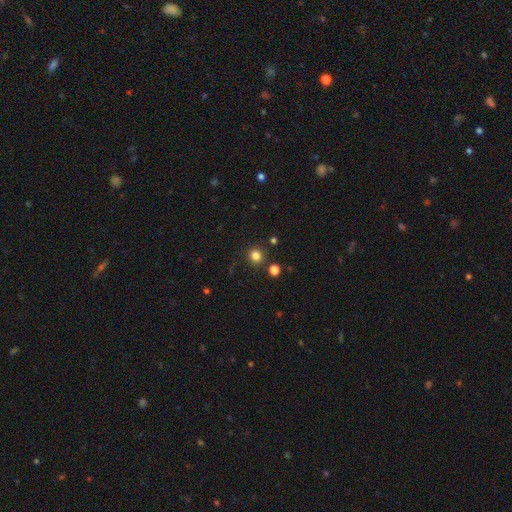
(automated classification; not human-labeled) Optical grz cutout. It shows a smooth galaxy with no disk features (80%) that is round (91%). Merging: none (85%).